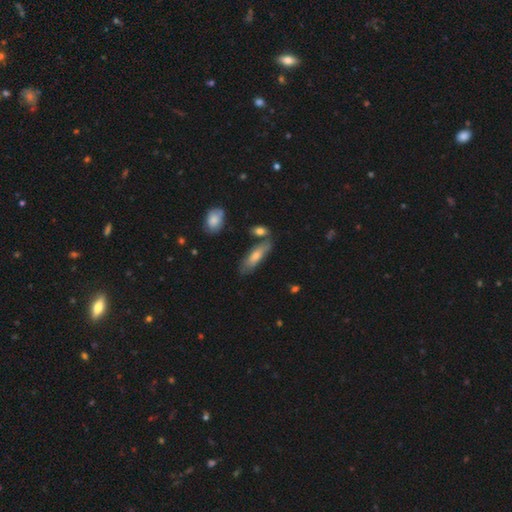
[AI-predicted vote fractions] smooth-or-featured: smooth: 57% | featured or disk: 35% | star or artifact: 9%
  how-rounded: in between: 50% | cigar-shaped: 47% | round: 3%
  merging: none: 68% | minor disturbance: 18% | merger: 9% | major disturbance: 5%